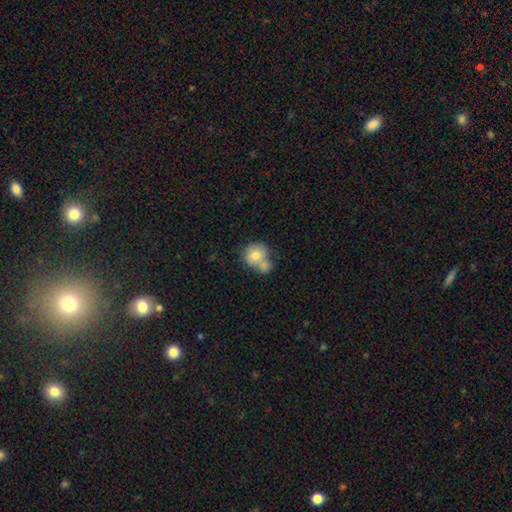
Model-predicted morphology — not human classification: Smooth or featured? Predicted: smooth (p=0.76). How rounded? Predicted: round (p=0.75). Merging? Predicted: merger (p=0.54).